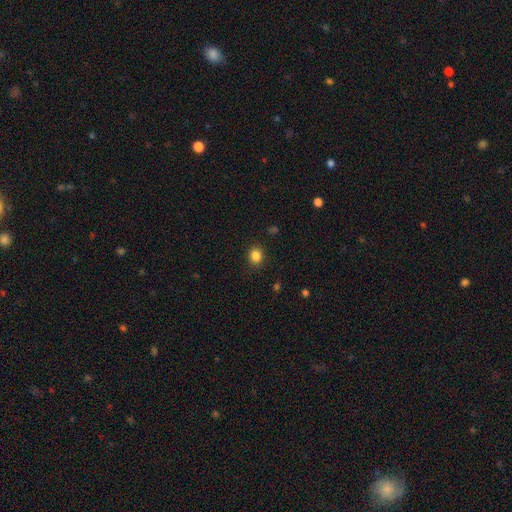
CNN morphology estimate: This appears to be a smooth galaxy with no disk features (85%) that is round (69%). Merging: none (88%).